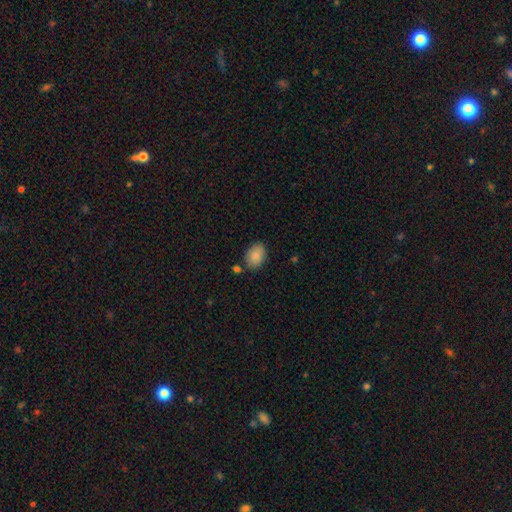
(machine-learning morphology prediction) smooth-or-featured: smooth: 87% | star or artifact: 7% | featured or disk: 6%
  how-rounded: in between: 81% | round: 18% | cigar-shaped: 1%
  merging: none: 79% | minor disturbance: 13% | merger: 5% | major disturbance: 3%